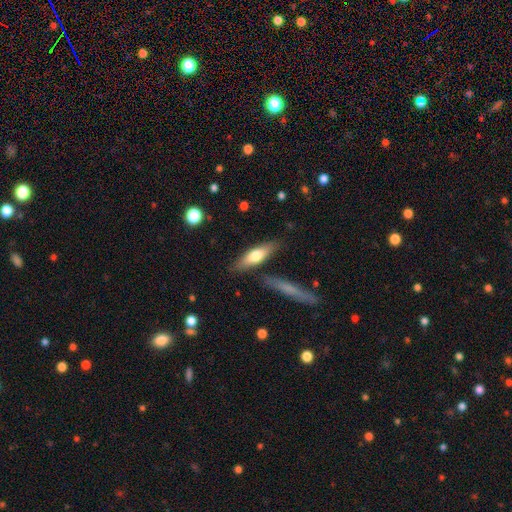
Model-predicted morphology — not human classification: Smooth or featured: smooth — 63% (featured or disk — 32%)
How rounded: cigar-shaped — 56% (in between — 41%)
Merging: none — 81% (minor disturbance — 11%)